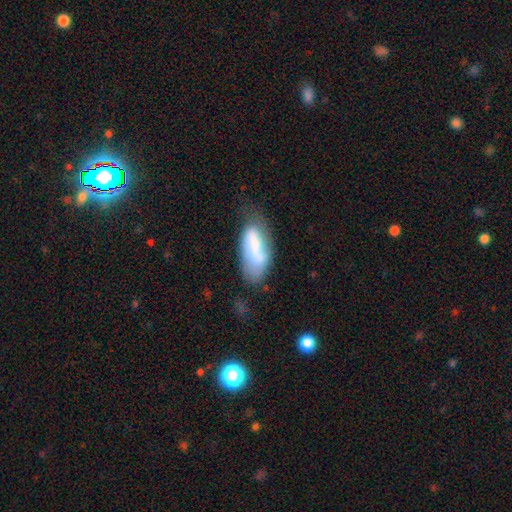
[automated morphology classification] Smooth or featured?
  - smooth: 63% *
  - featured or disk: 29%
  - star or artifact: 8%
How rounded?
  - in between: 84% *
  - cigar-shaped: 13%
  - round: 3%
Merging?
  - none: 41% *
  - minor disturbance: 32%
  - major disturbance: 20%
  - merger: 7%